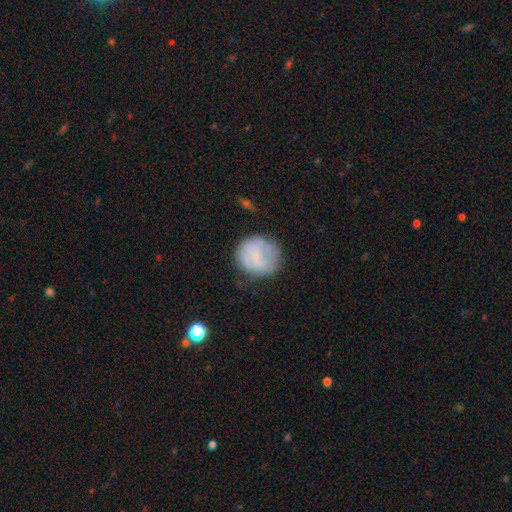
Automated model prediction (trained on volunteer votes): A smooth galaxy with no disk features (56%) that is round (88%).

Vote fractions:
- Smooth or featured? smooth: 56% / featured or disk: 36% / star or artifact: 8%
- How rounded? round: 88% / in between: 11% / cigar-shaped: 1%
- Merging? none: 62% / minor disturbance: 23% / major disturbance: 11% / merger: 3%